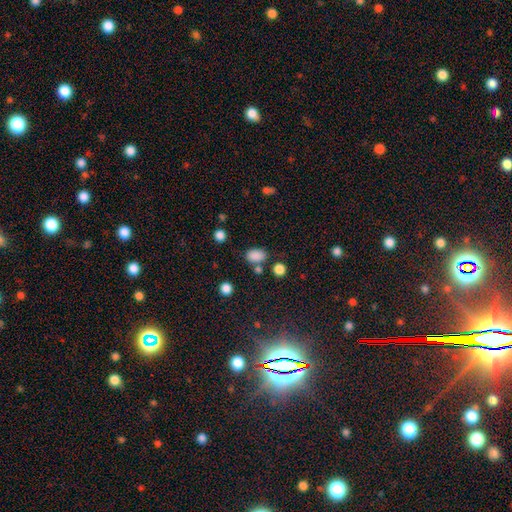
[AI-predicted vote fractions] Q: Smooth or featured?
A: smooth (85%); runner-up: star or artifact (11%)
Q: How rounded?
A: in between (83%); runner-up: round (16%)
Q: Merging?
A: none (69%); runner-up: minor disturbance (15%)